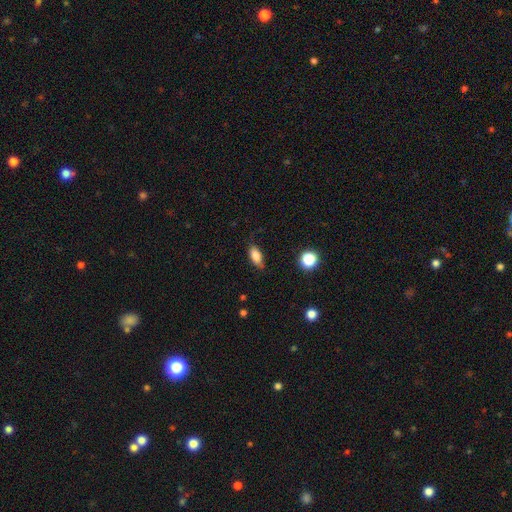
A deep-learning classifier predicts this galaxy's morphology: smooth_or_featured: smooth (p=0.80) [alt: featured or disk p=0.11]
how_rounded: in between (p=0.82) [alt: cigar-shaped p=0.13]
merging: none (p=0.70) [alt: minor disturbance p=0.24]